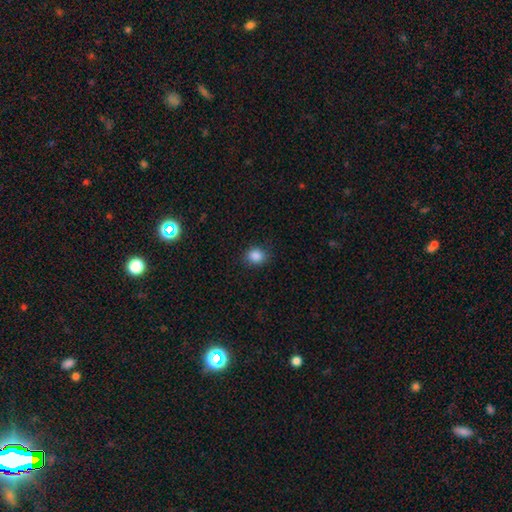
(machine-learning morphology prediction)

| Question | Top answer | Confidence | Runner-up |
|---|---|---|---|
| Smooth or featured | smooth | 86% | star or artifact (10%) |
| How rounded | round | 68% | in between (31%) |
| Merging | none | 84% | minor disturbance (12%) |